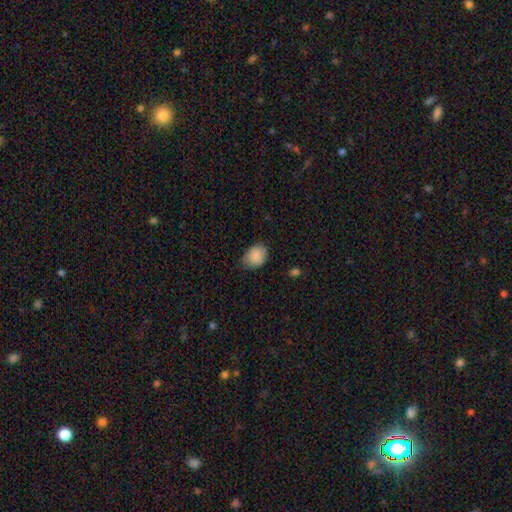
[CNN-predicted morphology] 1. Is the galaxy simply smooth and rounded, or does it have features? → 87% smooth, 7% star or artifact, 6% featured or disk.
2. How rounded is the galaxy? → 59% in between, 40% round, 1% cigar-shaped.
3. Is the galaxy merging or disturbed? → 70% none, 25% minor disturbance, 4% major disturbance, 1% merger.